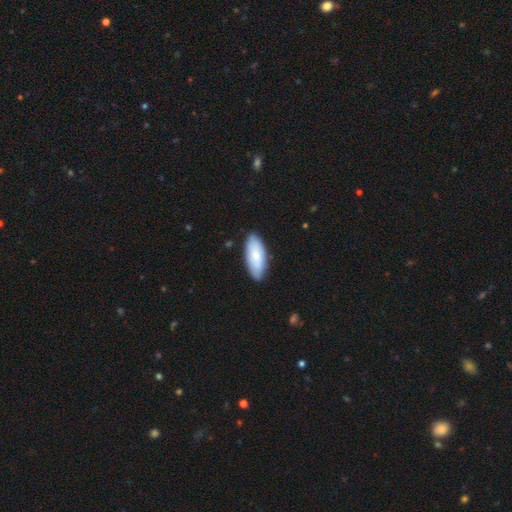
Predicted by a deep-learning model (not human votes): smooth 76%, featured or disk 18%, star or artifact 5%. Down the decision tree: how rounded — in between (86%); merging — none (84%).